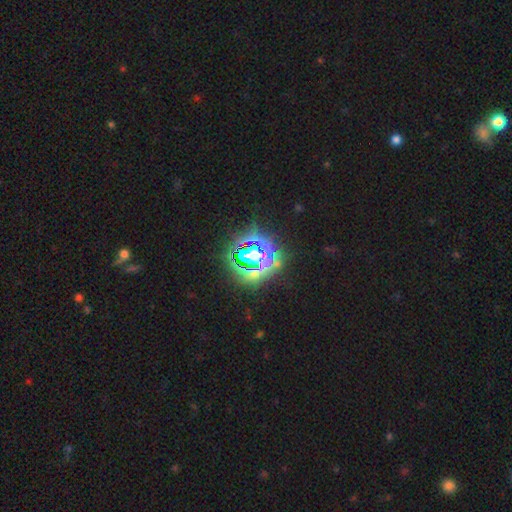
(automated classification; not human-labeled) A star or artifact, not a galaxy (70%).